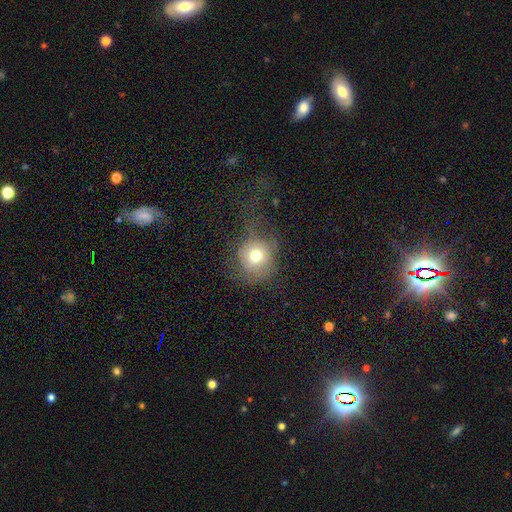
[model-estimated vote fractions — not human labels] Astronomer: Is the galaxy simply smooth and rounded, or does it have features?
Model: smooth — 70%.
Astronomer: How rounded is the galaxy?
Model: round — 85%.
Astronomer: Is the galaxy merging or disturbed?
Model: none — 45% (runner-up: major disturbance, 30%).